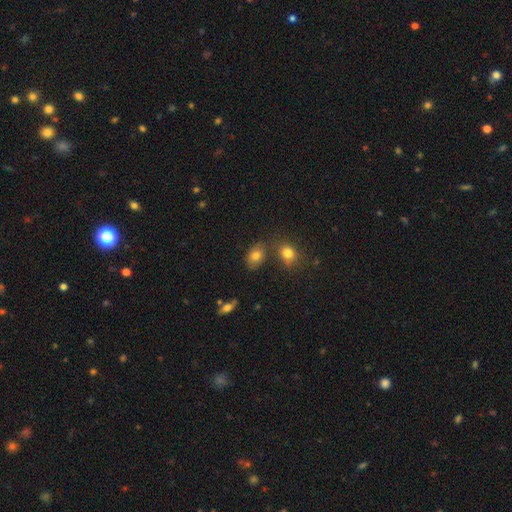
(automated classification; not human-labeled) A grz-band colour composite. It shows a smooth galaxy with no disk features (78%) that is in between round and cigar-shaped (77%). Merging: none (65%).